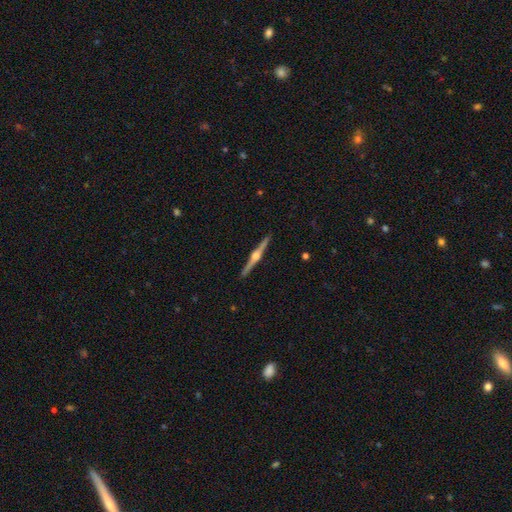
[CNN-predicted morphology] This appears to be a featured or disk galaxy (86%) viewed edge-on (99%) with a rounded central bulge (93%). Merging: none (93%).